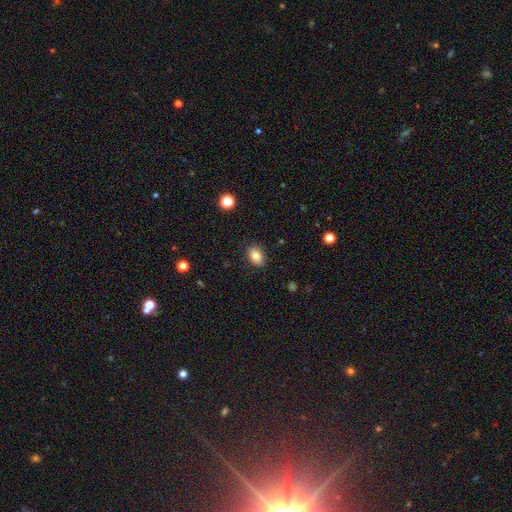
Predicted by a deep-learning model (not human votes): The model was most divided on "how rounded": in between: 79%, round: 20%, cigar-shaped: 1%. More confident: merging — none (86%); smooth or featured — smooth (85%).